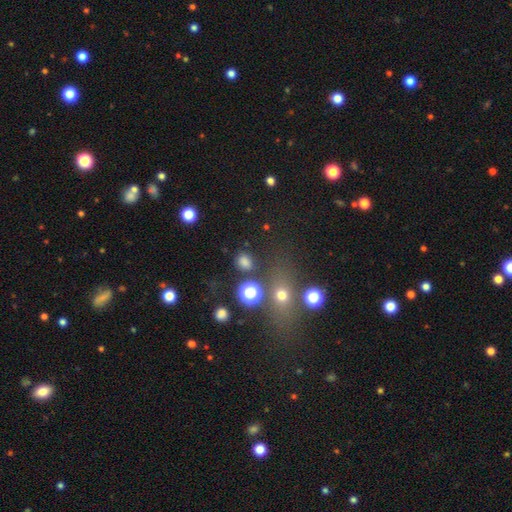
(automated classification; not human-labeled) A star or artifact, not a galaxy (49%).